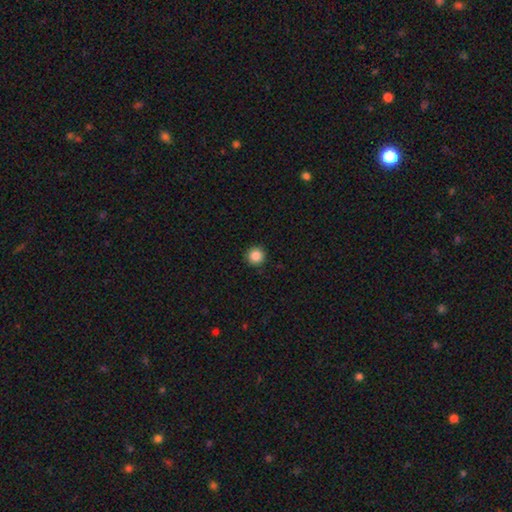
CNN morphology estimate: Smooth or featured? smooth (86%)
How rounded? round (96%)
Merging? none (92%)